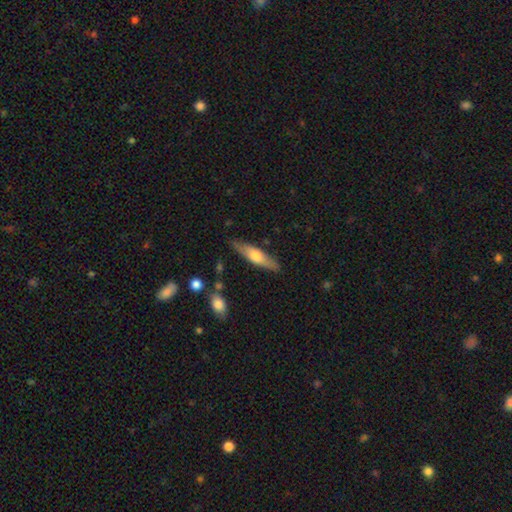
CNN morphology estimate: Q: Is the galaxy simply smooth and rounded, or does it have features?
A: smooth — 48%.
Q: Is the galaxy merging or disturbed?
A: none — 85%.